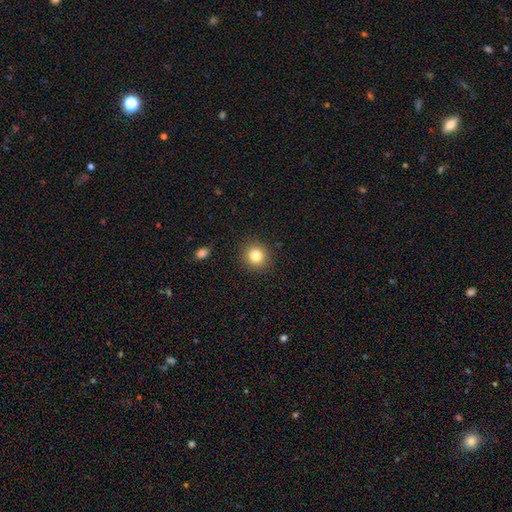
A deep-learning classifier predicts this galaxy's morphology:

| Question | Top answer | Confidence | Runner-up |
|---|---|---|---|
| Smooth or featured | smooth | 81% | star or artifact (11%) |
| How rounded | round | 89% | in between (10%) |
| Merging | none | 90% | minor disturbance (7%) |